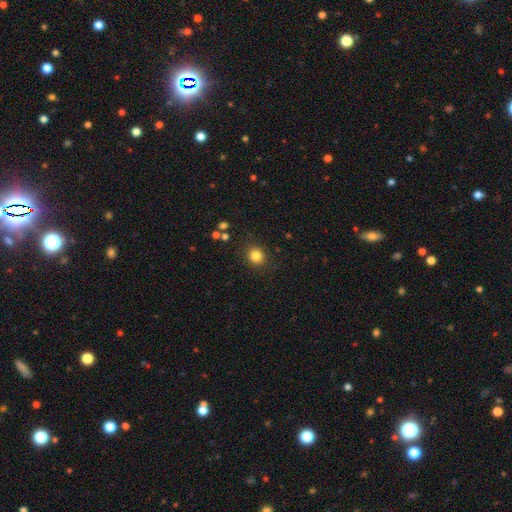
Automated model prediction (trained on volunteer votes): Smooth or featured: smooth — 83% (star or artifact — 12%)
How rounded: round — 83% (in between — 16%)
Merging: none — 88% (minor disturbance — 8%)